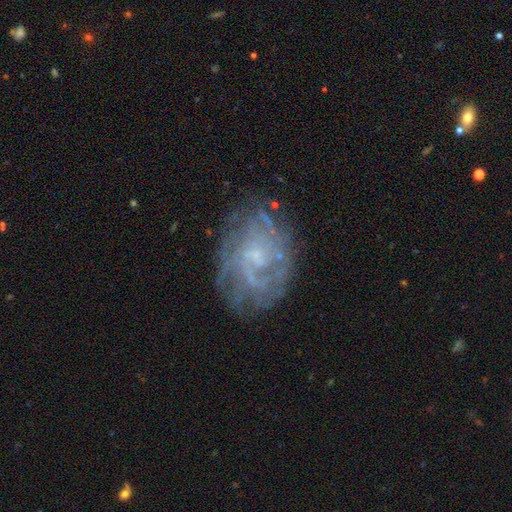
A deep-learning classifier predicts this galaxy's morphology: A featured or disk galaxy (78%) with no bar (64%), tight (56%) spiral arms (83%) and a small central bulge (63%). Merging: none (71%).